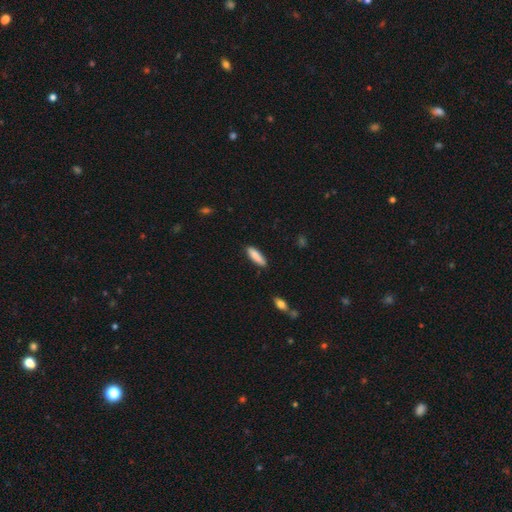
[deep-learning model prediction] This appears to be a smooth galaxy with no disk features (86%) that is cigar-shaped (55%). Merging: none (85%).